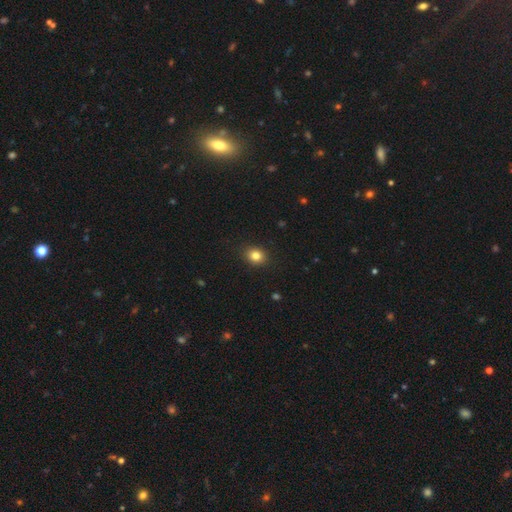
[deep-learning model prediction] A smooth galaxy with no disk features (83%) that is round (64%).

Vote fractions:
- Smooth or featured? smooth: 83% / star or artifact: 11% / featured or disk: 6%
- How rounded? round: 64% / in between: 35% / cigar-shaped: 1%
- Merging? none: 90% / minor disturbance: 7% / major disturbance: 2% / merger: 1%